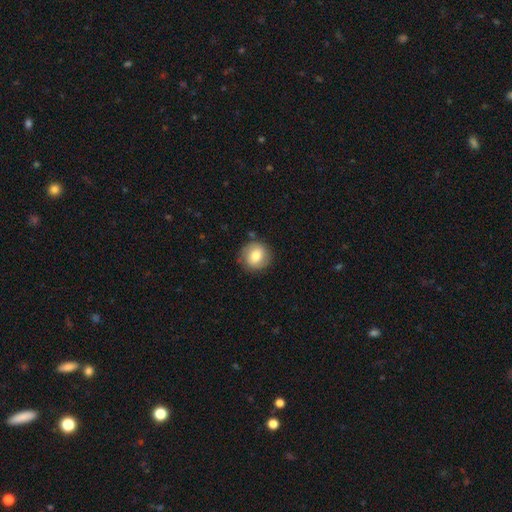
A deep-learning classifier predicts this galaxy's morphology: Smooth or featured?
  - smooth: 75% *
  - featured or disk: 17%
  - star or artifact: 8%
How rounded?
  - round: 90% *
  - in between: 9%
  - cigar-shaped: 1%
Merging?
  - none: 85% *
  - minor disturbance: 10%
  - major disturbance: 3%
  - merger: 2%